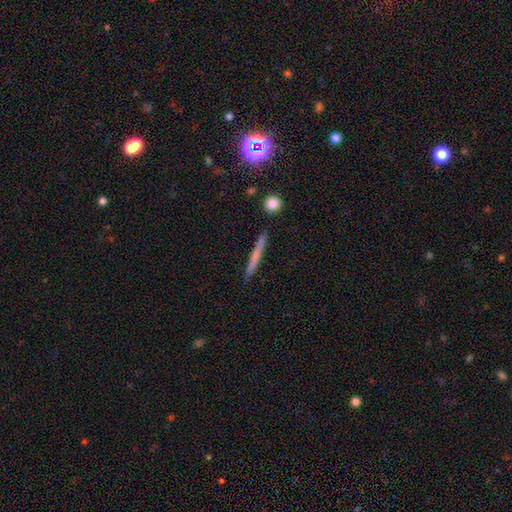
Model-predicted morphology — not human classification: The model was most divided on "smooth or featured": smooth: 54%, featured or disk: 38%, star or artifact: 8%. More confident: how rounded — cigar-shaped (95%); merging — none (90%).